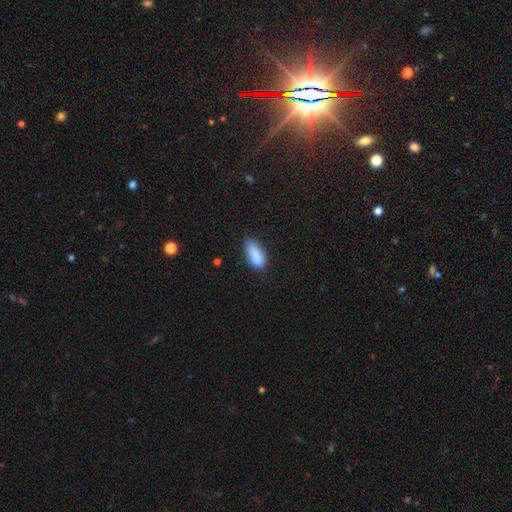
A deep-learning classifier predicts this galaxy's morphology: Smooth or featured? Predicted: smooth (p=0.83). How rounded? Predicted: in between (p=0.84). Merging? Predicted: none (p=0.51).